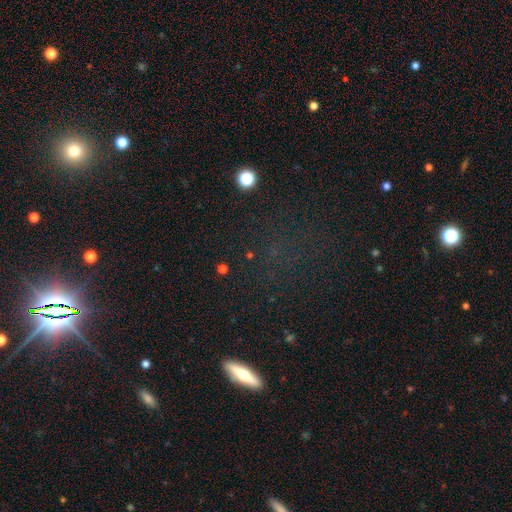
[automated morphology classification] Overall: star or artifact (52%; smooth 30%).